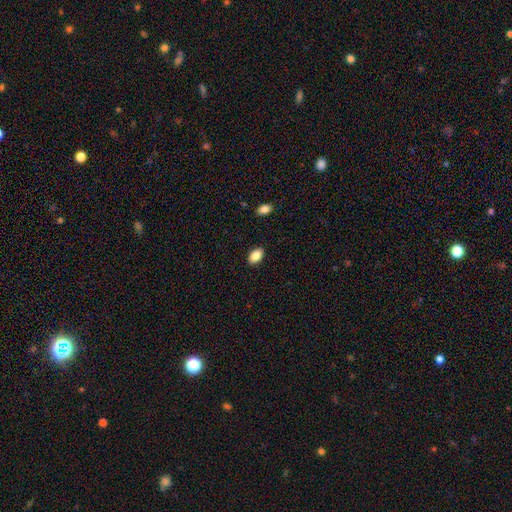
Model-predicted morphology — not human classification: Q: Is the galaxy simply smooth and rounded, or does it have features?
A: smooth — 86%.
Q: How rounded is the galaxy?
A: in between — 90%.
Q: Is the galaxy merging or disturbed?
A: none — 88%.